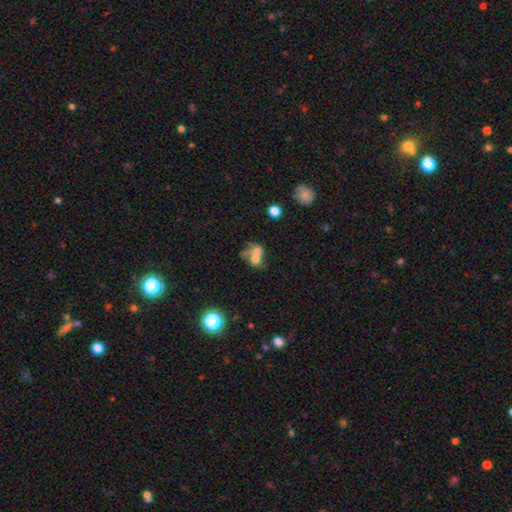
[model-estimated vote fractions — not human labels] Morphology: type=smooth (57%); roundness=in between (52%); merging=merger (63%).